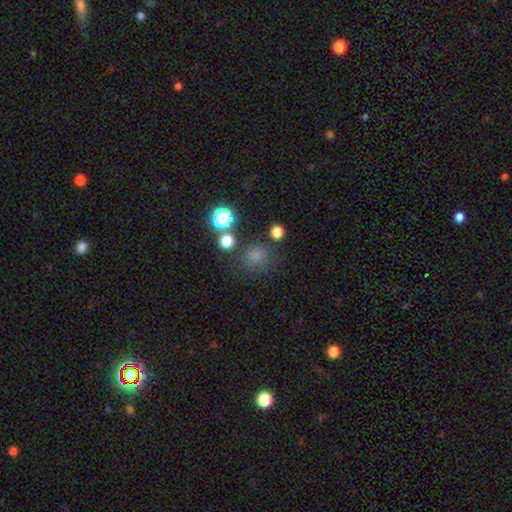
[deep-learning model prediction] smooth 73%, star or artifact 21%, featured or disk 6%. Down the decision tree: how rounded — round (82%); merging — none (72%).